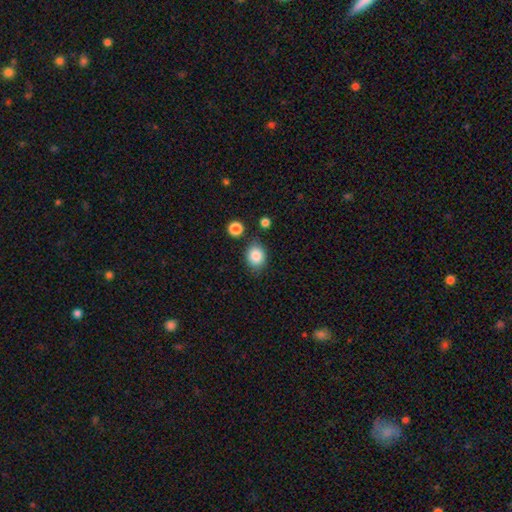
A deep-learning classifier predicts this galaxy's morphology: The model was most divided on "how rounded": round: 54%, in between: 45%, cigar-shaped: 1%. More confident: smooth or featured — smooth (86%); merging — none (79%).